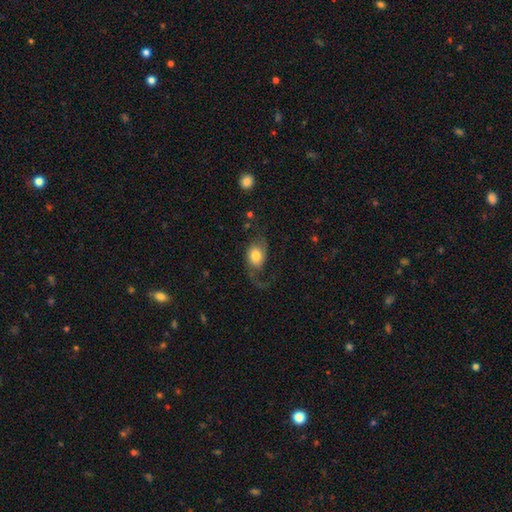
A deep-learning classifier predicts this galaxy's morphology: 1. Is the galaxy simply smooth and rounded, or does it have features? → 47% featured or disk, 45% smooth, 8% star or artifact.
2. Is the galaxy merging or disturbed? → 45% none, 32% major disturbance, 20% minor disturbance, 3% merger.